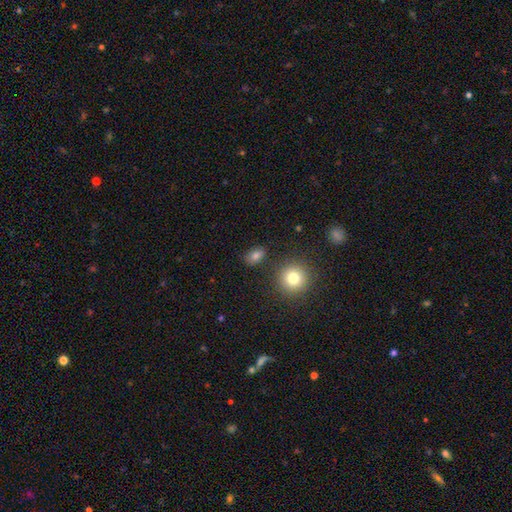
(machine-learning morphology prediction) A smooth galaxy with no disk features (79%) that is in between round and cigar-shaped (72%).

Vote fractions:
- Smooth or featured? smooth: 79% / star or artifact: 13% / featured or disk: 8%
- How rounded? in between: 72% / round: 26% / cigar-shaped: 2%
- Merging? none: 82% / minor disturbance: 11% / merger: 4% / major disturbance: 3%